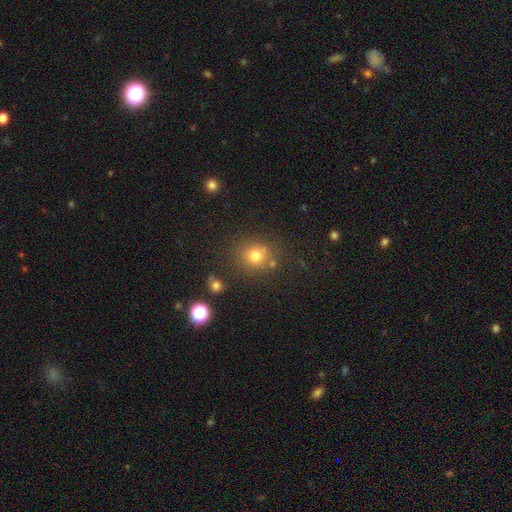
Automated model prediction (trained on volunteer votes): smooth 74%, star or artifact 18%, featured or disk 8%. Down the decision tree: how rounded — round (86%); merging — none (76%).